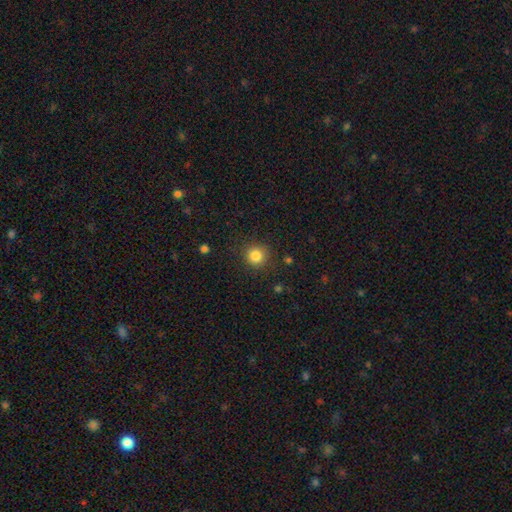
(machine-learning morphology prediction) type=smooth (83%); roundness=round (94%); merging=none (89%).